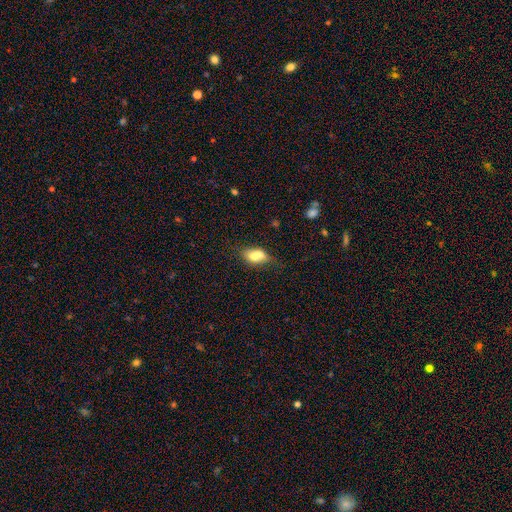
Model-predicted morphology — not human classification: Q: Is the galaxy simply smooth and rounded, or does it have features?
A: smooth — 66%.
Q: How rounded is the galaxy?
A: in between — 77%.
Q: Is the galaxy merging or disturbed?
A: merger — 44%.